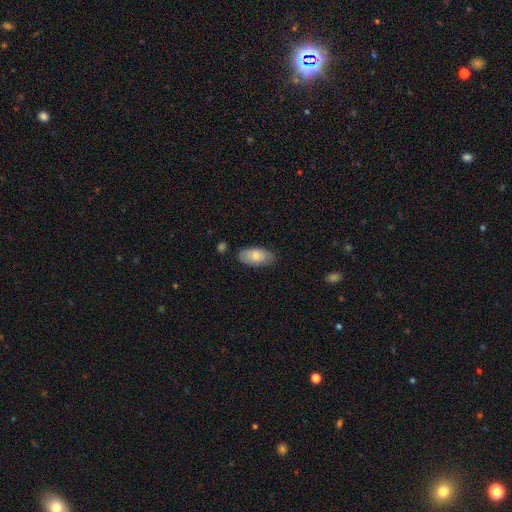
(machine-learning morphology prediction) smooth 75%, featured or disk 19%, star or artifact 6%. Down the decision tree: how rounded — in between (93%); merging — none (75%).